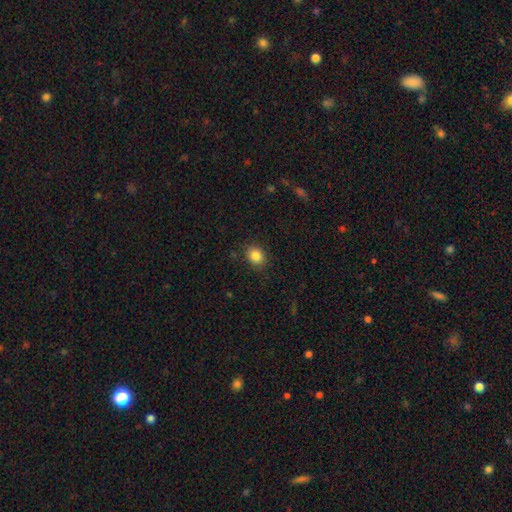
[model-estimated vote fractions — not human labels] Overall: smooth (85%). How rounded: round (58%; in between 41%). Merging: none (86%).